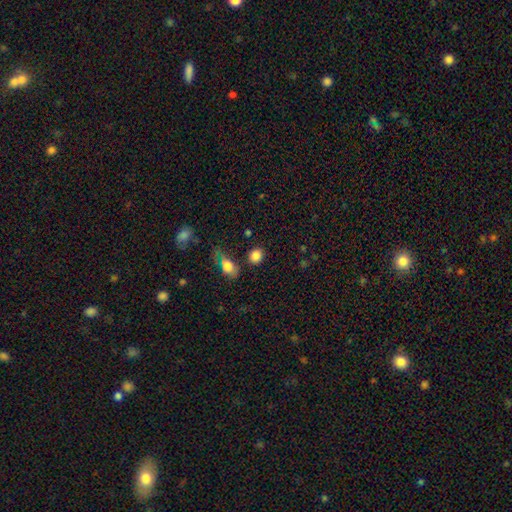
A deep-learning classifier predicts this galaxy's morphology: This appears to be a smooth galaxy with no disk features (85%) that is round (71%). Merging: none (79%).